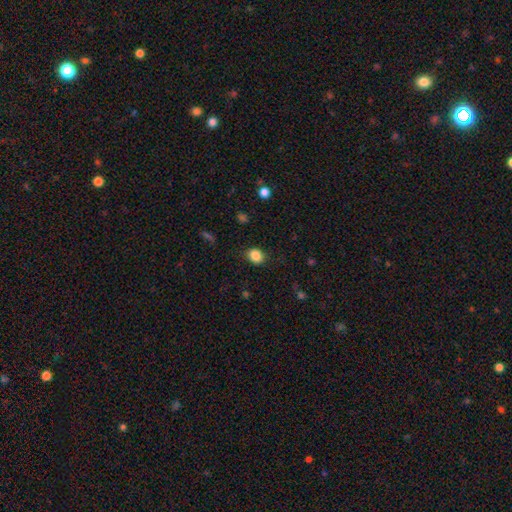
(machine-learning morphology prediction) type=smooth (86%); roundness=round (58%); merging=none (83%).